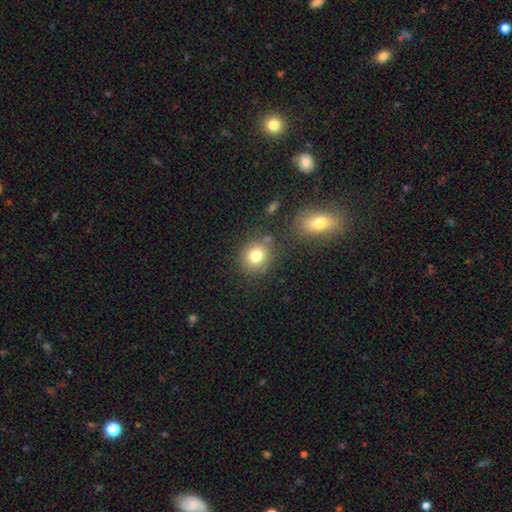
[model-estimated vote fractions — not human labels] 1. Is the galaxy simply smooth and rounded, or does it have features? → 79% smooth, 11% star or artifact, 9% featured or disk.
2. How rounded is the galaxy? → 81% round, 18% in between, 1% cigar-shaped.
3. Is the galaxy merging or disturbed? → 76% none, 11% minor disturbance, 9% merger, 4% major disturbance.